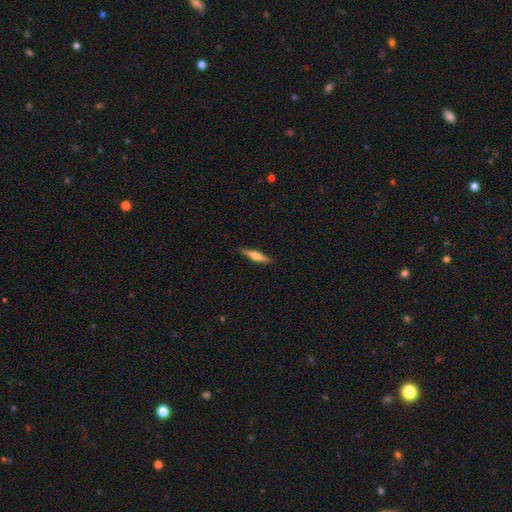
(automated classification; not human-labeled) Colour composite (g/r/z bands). It shows a smooth galaxy with no disk features (48%). Merging: none (88%).